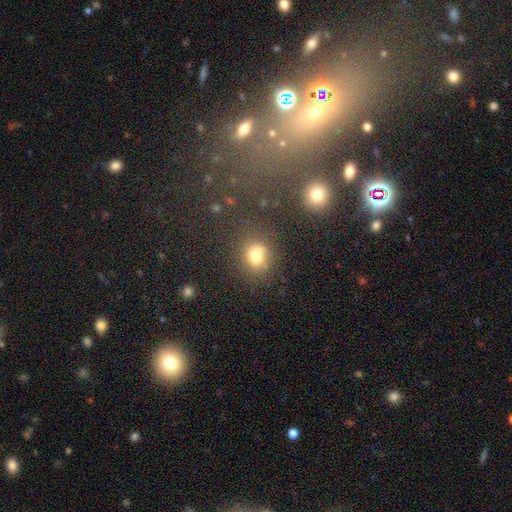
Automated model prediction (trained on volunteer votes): A smooth galaxy with no disk features (73%) that is round (73%). Merging: none (66%).